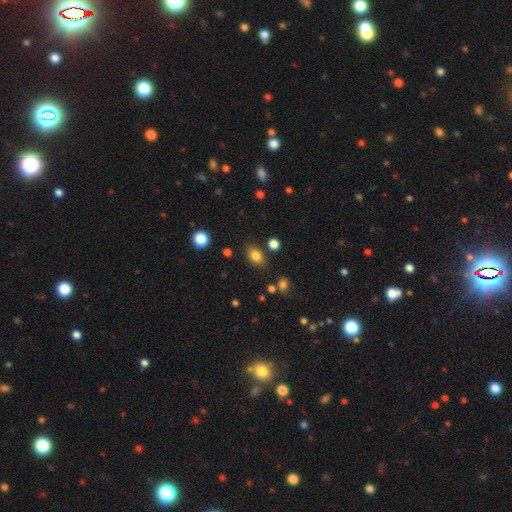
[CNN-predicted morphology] The model was most divided on "how rounded": in between: 78%, round: 21%, cigar-shaped: 2%. More confident: smooth or featured — smooth (82%); merging — none (80%).